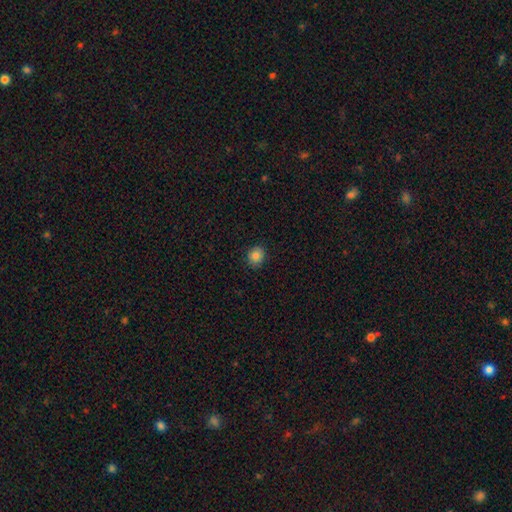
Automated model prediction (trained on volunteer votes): Overall: smooth (84%). How rounded: round (73%). Merging: none (88%).